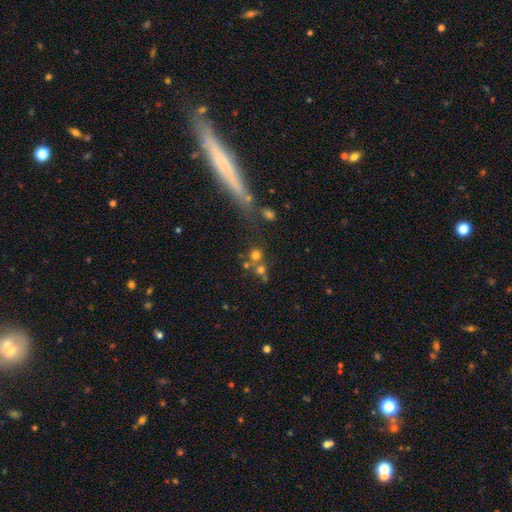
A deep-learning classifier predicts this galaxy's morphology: Smooth or featured? smooth (64%)
How rounded? round (88%)
Merging? none (51%)